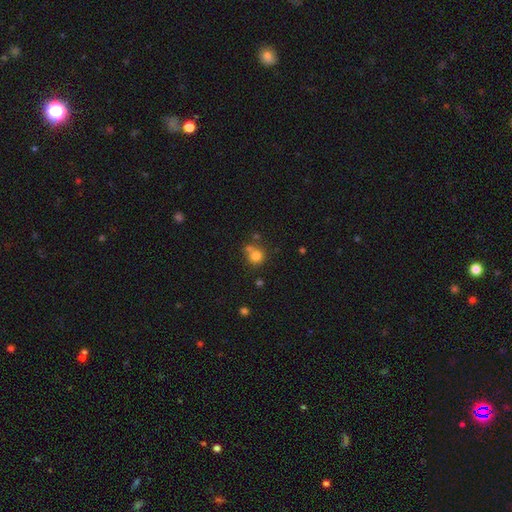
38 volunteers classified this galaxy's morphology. type=smooth (84%); roundness=round (84%); merging=merger (44%).